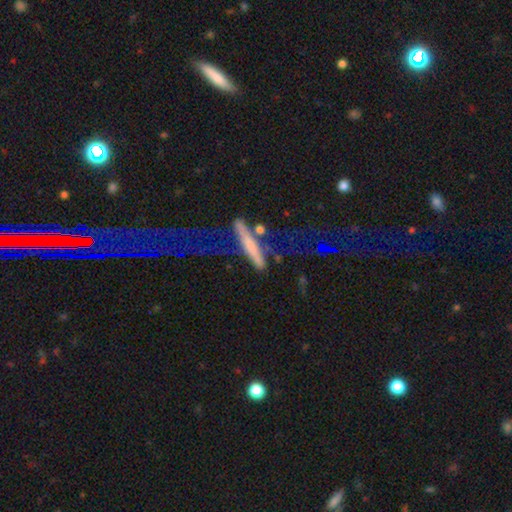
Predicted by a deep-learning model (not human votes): smooth 57%, featured or disk 35%, star or artifact 9%. Down the decision tree: how rounded — cigar-shaped (90%); merging — none (58%).